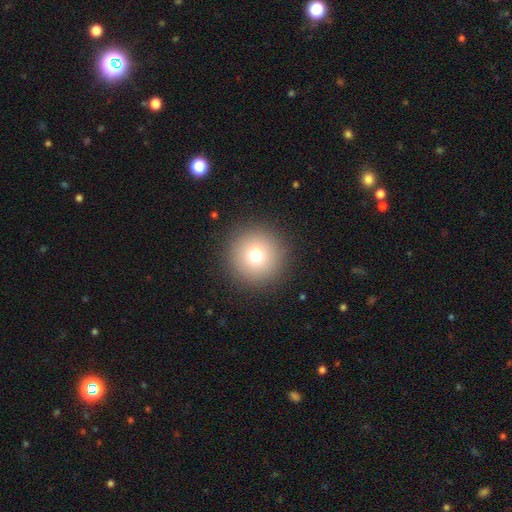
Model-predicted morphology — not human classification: This is likely a smooth galaxy (69%). How rounded: clearly round (95%). Merging: clearly none (86%).